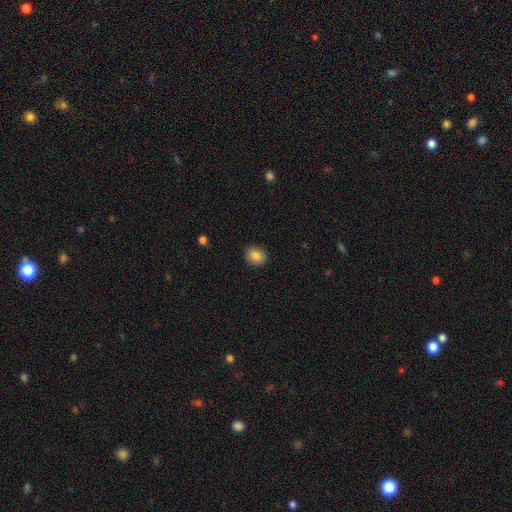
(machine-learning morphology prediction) Smooth or featured?
  - smooth: 83% *
  - star or artifact: 9%
  - featured or disk: 8%
How rounded?
  - round: 65% *
  - in between: 34%
  - cigar-shaped: 1%
Merging?
  - none: 90% *
  - minor disturbance: 7%
  - major disturbance: 2%
  - merger: 1%